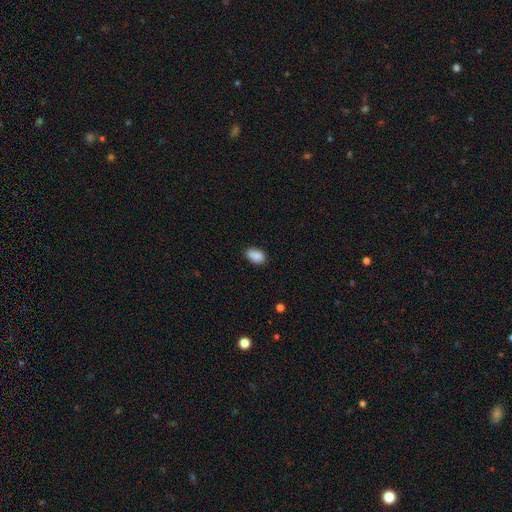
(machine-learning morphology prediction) A smooth galaxy with no disk features (88%) that is in between round and cigar-shaped (87%).

Vote fractions:
- Smooth or featured? smooth: 88% / star or artifact: 8% / featured or disk: 4%
- How rounded? in between: 87% / round: 12% / cigar-shaped: 1%
- Merging? none: 81% / minor disturbance: 15% / major disturbance: 3% / merger: 2%